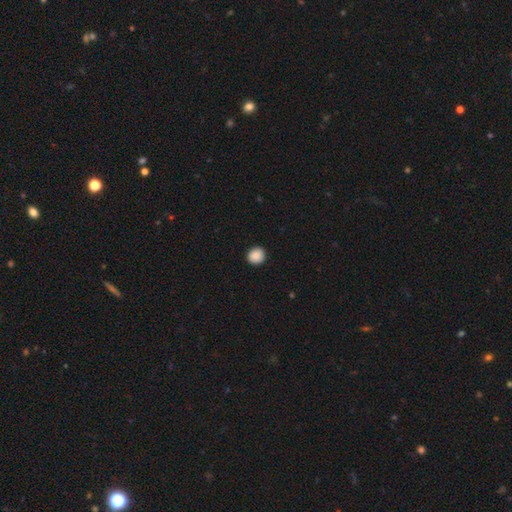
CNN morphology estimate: Q: Smooth or featured?
A: smooth (89%); runner-up: star or artifact (8%)
Q: How rounded?
A: round (90%); runner-up: in between (9%)
Q: Merging?
A: none (91%); runner-up: minor disturbance (6%)